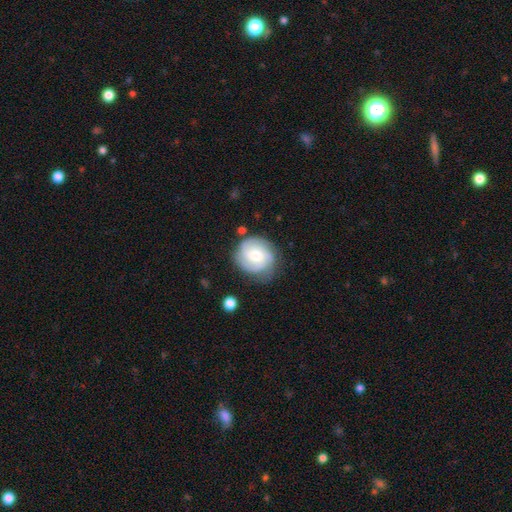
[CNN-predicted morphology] Smooth or featured: featured or disk — 72% (smooth — 22%)
Edge-on disk: no — 98% (yes — 2%)
Bar: no — 57% (weak — 37%)
Spiral arms: yes — 94% (no — 6%)
Spiral winding: tight — 53% (medium — 37%)
Spiral arm count: 3 — 46% (can't tell — 19%)
Bulge size: moderate — 62% (small — 26%)
Merging: none — 73% (minor disturbance — 19%)